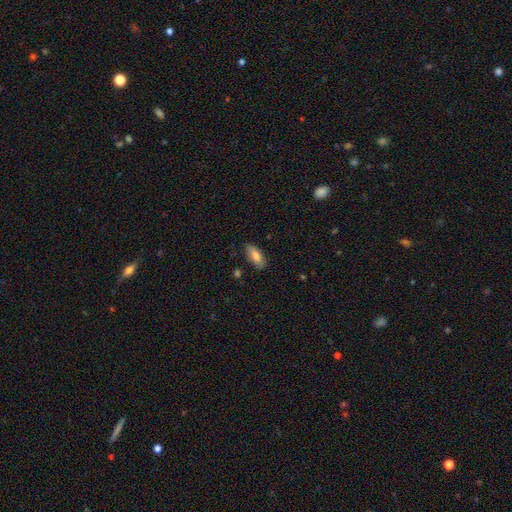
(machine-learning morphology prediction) smooth-or-featured: smooth: 79% | featured or disk: 14% | star or artifact: 6%
  how-rounded: in between: 78% | cigar-shaped: 20% | round: 2%
  merging: none: 83% | minor disturbance: 13% | major disturbance: 2% | merger: 2%